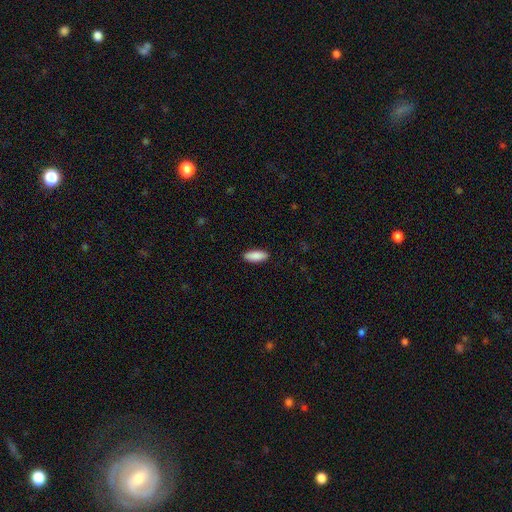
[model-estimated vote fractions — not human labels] Morphology: type=smooth (89%); roundness=in between (75%); merging=none (90%).